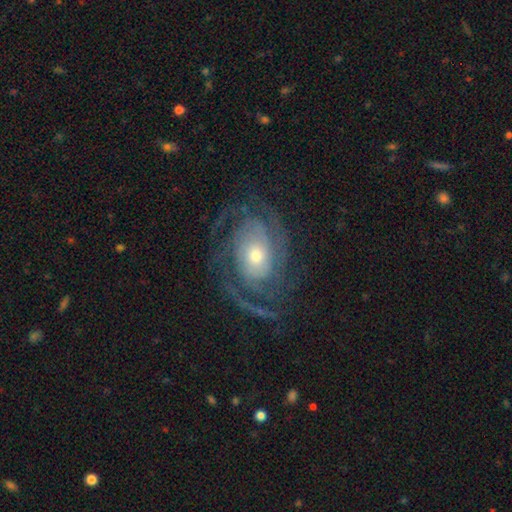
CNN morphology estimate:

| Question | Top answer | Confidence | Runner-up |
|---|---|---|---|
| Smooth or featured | featured or disk | 89% | smooth (6%) |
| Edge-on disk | no | 97% | yes (3%) |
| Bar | no | 72% | weak (20%) |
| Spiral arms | yes | 97% | no (3%) |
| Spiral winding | tight | 56% | medium (35%) |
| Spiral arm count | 2 | 39% | 3 (24%) |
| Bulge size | moderate | 55% | small (36%) |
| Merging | none | 73% | minor disturbance (15%) |